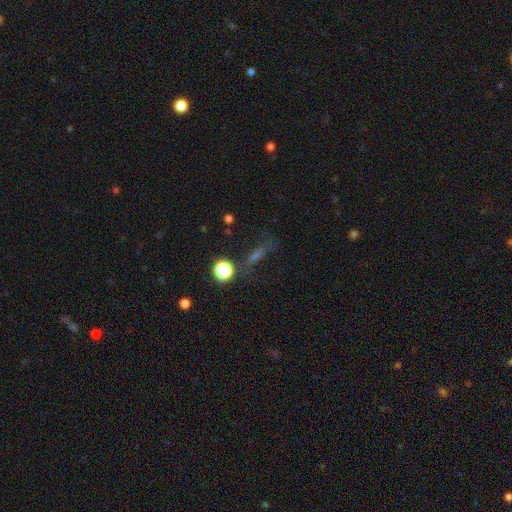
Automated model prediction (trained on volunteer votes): smooth_or_featured: smooth (p=0.39) [alt: star or artifact p=0.36]
merging: none (p=0.56) [alt: major disturbance p=0.19]